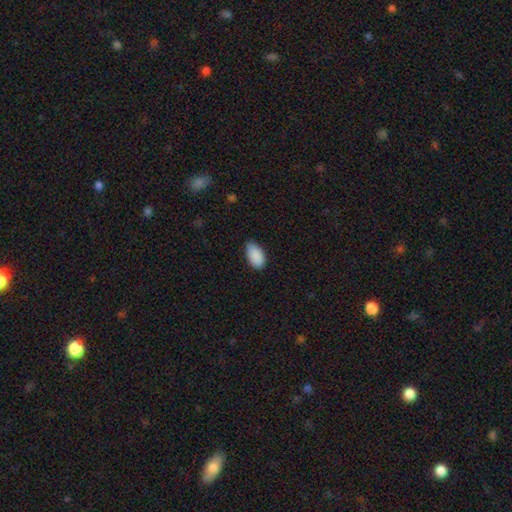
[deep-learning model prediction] The model was most divided on "merging": none: 70%, minor disturbance: 26%, major disturbance: 3%, merger: 1%. More confident: how rounded — in between (95%); smooth or featured — smooth (90%).